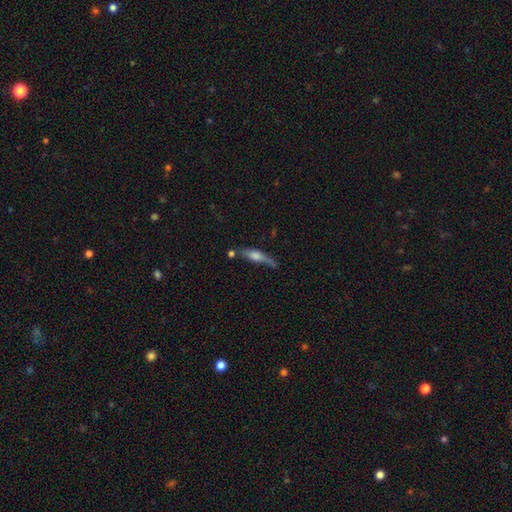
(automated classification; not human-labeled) Smooth or featured?
  - featured or disk: 48% *
  - smooth: 44%
  - star or artifact: 7%
Merging?
  - none: 51% *
  - minor disturbance: 25%
  - merger: 13%
  - major disturbance: 11%